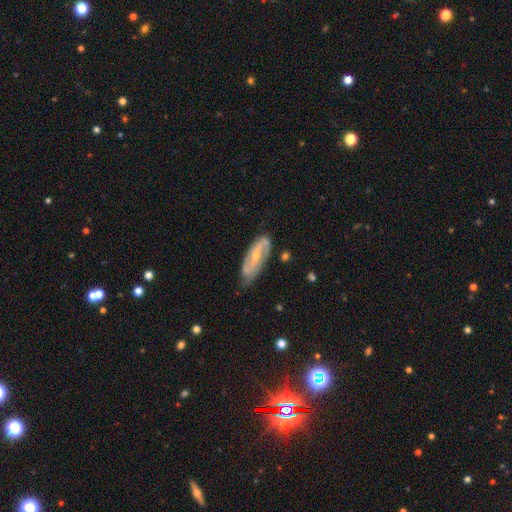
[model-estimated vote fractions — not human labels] Smooth or featured?
  - featured or disk: 76% *
  - smooth: 18%
  - star or artifact: 6%
Edge-on disk?
  - no: 87% *
  - yes: 13%
Bar?
  - weak: 40% *
  - no: 34%
  - strong: 26%
Spiral arms?
  - yes: 89% *
  - no: 11%
Spiral winding?
  - medium: 42% *
  - loose: 32%
  - tight: 26%
Spiral arm count?
  - 2: 80% *
  - can't tell: 12%
  - 1: 3%
  - 3: 2%
  - 4: 1%
  - more than 4: 1%
Bulge size?
  - small: 65% *
  - moderate: 31%
  - none: 3%
  - large: 1%
  - dominant: 1%
Merging?
  - none: 65% *
  - minor disturbance: 26%
  - major disturbance: 6%
  - merger: 2%